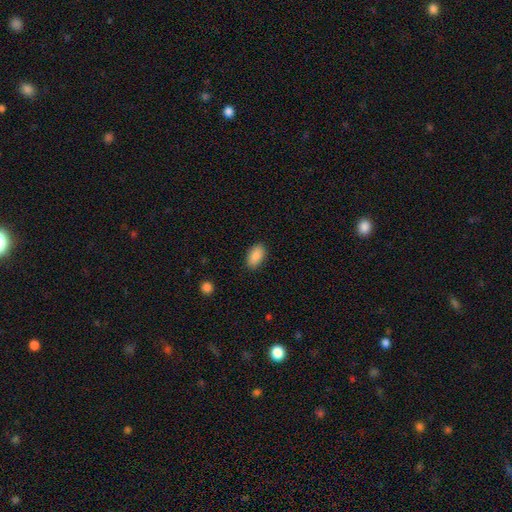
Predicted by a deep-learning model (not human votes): The model was most divided on "merging": none: 88%, minor disturbance: 9%, major disturbance: 2%, merger: 1%. More confident: how rounded — in between (93%); smooth or featured — smooth (89%).